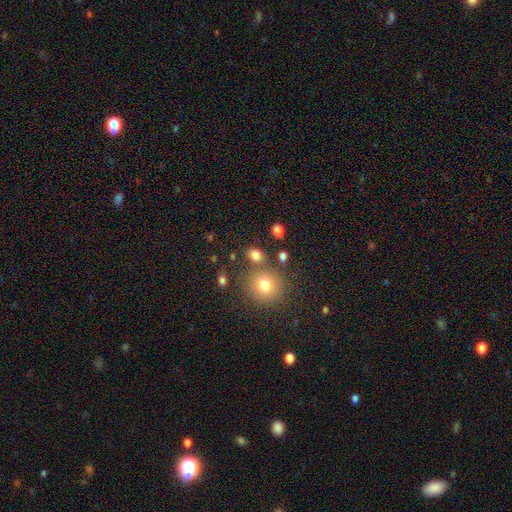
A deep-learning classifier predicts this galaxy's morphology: Smooth or featured: smooth — 79% (star or artifact — 13%)
How rounded: round — 54% (in between — 44%)
Merging: none — 71% (merger — 14%)